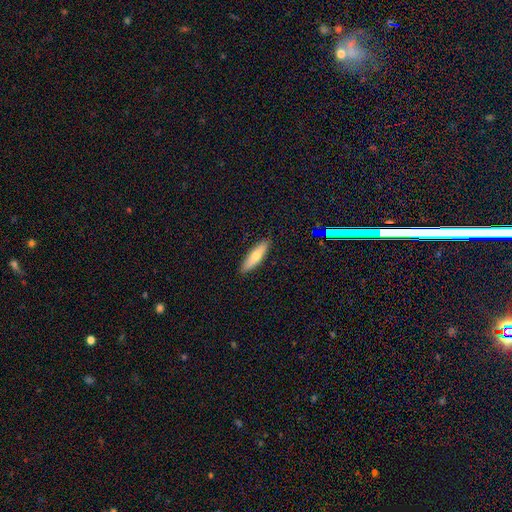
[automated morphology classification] Q: Smooth or featured?
A: smooth (65%); runner-up: featured or disk (28%)
Q: How rounded?
A: cigar-shaped (71%); runner-up: in between (27%)
Q: Merging?
A: none (90%); runner-up: minor disturbance (8%)